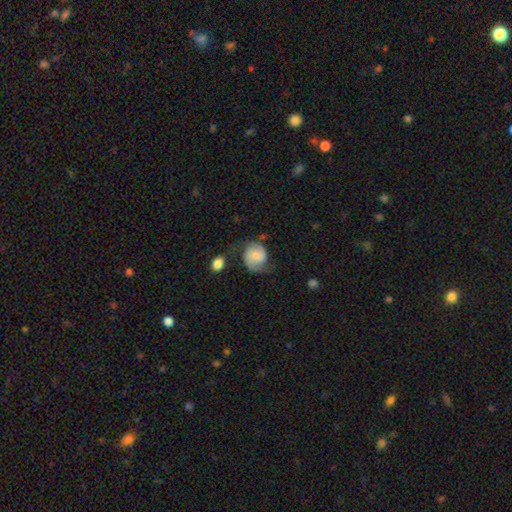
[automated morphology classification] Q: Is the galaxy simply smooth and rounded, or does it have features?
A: featured or disk — 55%.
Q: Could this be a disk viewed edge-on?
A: no — 98%.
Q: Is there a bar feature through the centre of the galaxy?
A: no — 54%.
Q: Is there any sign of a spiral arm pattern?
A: yes — 91%.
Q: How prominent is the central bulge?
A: small — 43%.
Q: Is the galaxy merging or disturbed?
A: none — 53%.